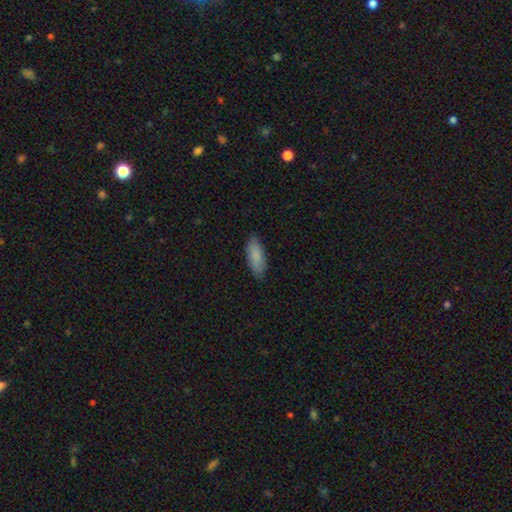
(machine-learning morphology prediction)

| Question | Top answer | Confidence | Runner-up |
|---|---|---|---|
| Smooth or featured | smooth | 84% | featured or disk (10%) |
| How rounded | in between | 74% | cigar-shaped (25%) |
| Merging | none | 84% | minor disturbance (13%) |